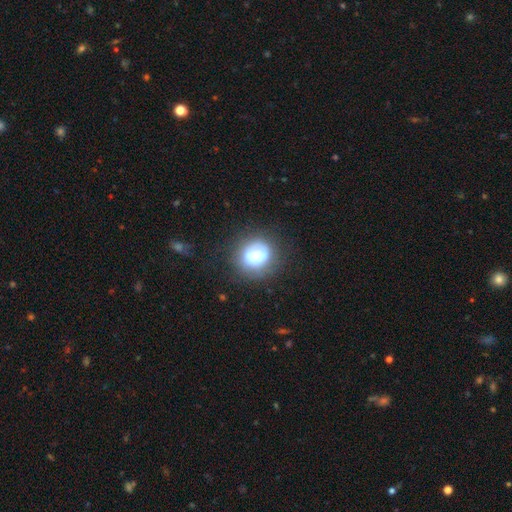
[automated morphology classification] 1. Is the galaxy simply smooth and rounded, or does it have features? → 59% smooth, 31% featured or disk, 10% star or artifact.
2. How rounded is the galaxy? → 86% round, 13% in between, 1% cigar-shaped.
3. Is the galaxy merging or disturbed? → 75% none, 15% minor disturbance, 8% major disturbance, 2% merger.